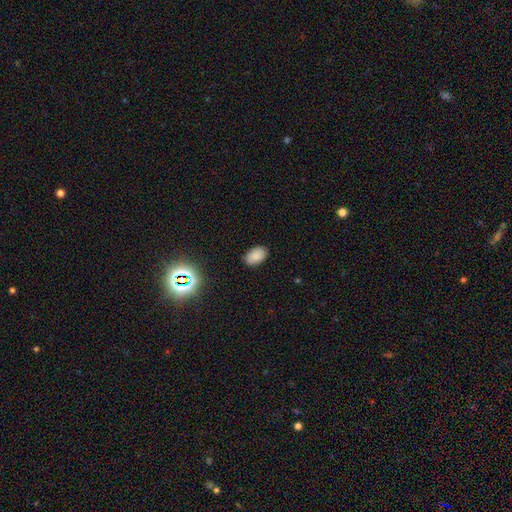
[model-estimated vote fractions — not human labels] Smooth or featured: smooth — 84% (star or artifact — 12%)
How rounded: in between — 91% (round — 8%)
Merging: none — 84% (minor disturbance — 12%)